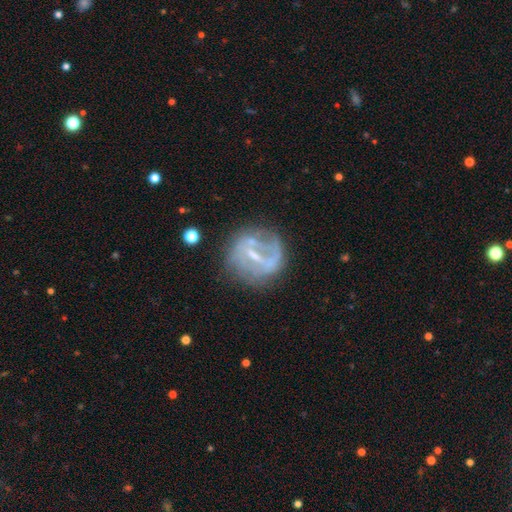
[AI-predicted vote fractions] Smooth or featured?
  - featured or disk: 71% *
  - smooth: 18%
  - star or artifact: 11%
Edge-on disk?
  - no: 94% *
  - yes: 6%
Bar?
  - strong: 52% *
  - weak: 34%
  - no: 14%
Spiral arms?
  - yes: 57% *
  - no: 43%
Bulge size?
  - small: 58% *
  - moderate: 21%
  - none: 18%
  - large: 2%
  - dominant: 1%
Merging?
  - none: 66% *
  - minor disturbance: 18%
  - major disturbance: 12%
  - merger: 4%